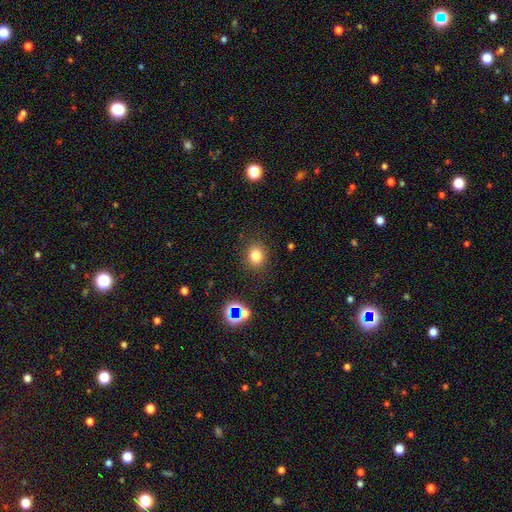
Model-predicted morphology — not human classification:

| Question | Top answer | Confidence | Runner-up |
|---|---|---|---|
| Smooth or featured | smooth | 79% | star or artifact (15%) |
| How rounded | round | 67% | in between (32%) |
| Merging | none | 86% | minor disturbance (9%) |